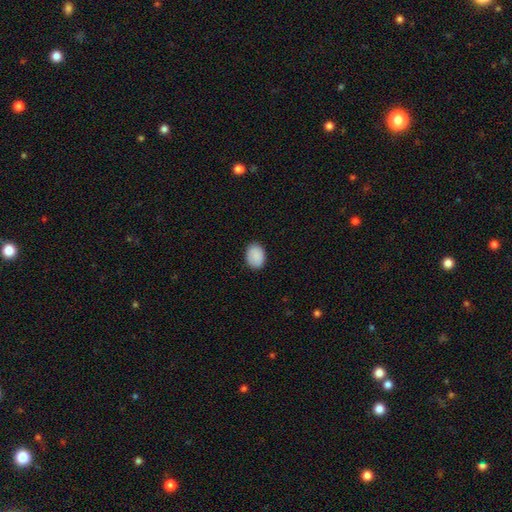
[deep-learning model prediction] smooth_or_featured: smooth (p=0.90) [alt: star or artifact p=0.07]
how_rounded: in between (p=0.70) [alt: round p=0.29]
merging: none (p=0.88) [alt: minor disturbance p=0.09]